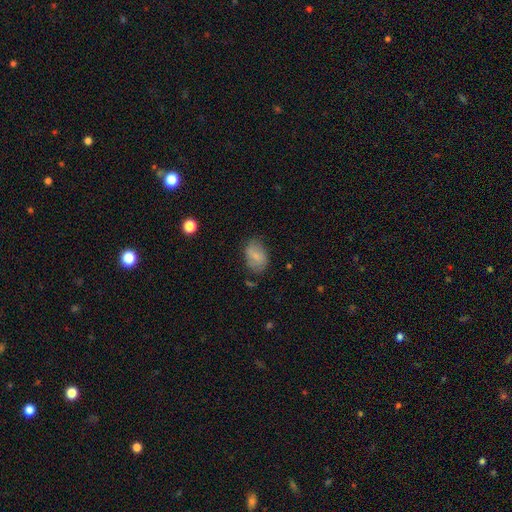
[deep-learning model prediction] Smooth or featured? Predicted: smooth (p=0.75). How rounded? Predicted: in between (p=0.86). Merging? Predicted: none (p=0.66).